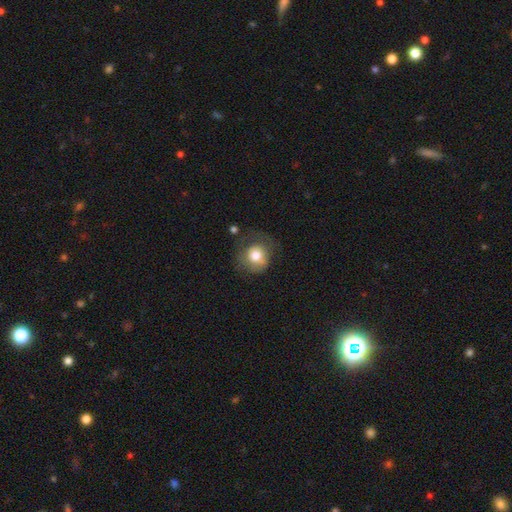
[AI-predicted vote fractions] This is likely a smooth galaxy (74%). How rounded: clearly round (82%). Merging: possibly none (48%).